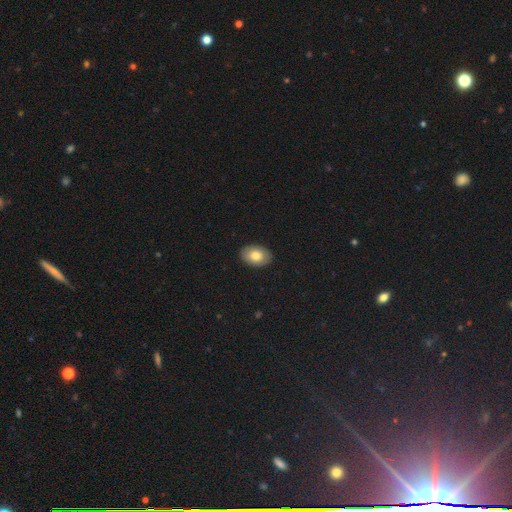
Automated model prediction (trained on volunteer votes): smooth-or-featured: smooth: 79% | featured or disk: 14% | star or artifact: 7%
  how-rounded: in between: 84% | round: 15% | cigar-shaped: 1%
  merging: none: 89% | minor disturbance: 8% | major disturbance: 2% | merger: 1%